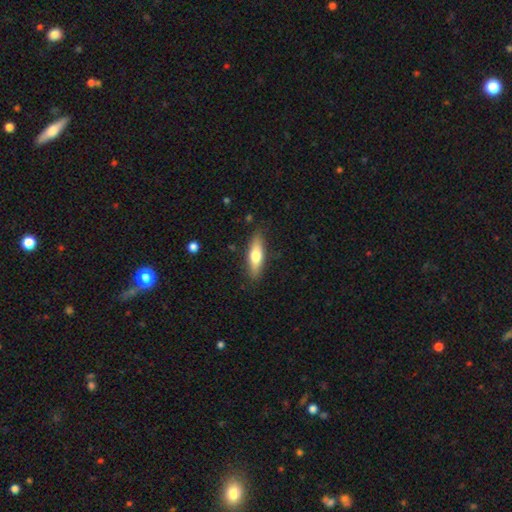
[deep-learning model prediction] smooth 63%, featured or disk 31%, star or artifact 6%. Down the decision tree: how rounded — cigar-shaped (57%); merging — none (86%).